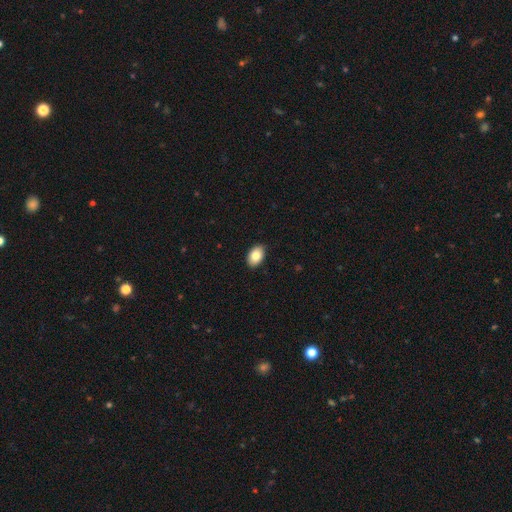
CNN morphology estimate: type=smooth (83%); roundness=in between (89%); merging=none (89%).